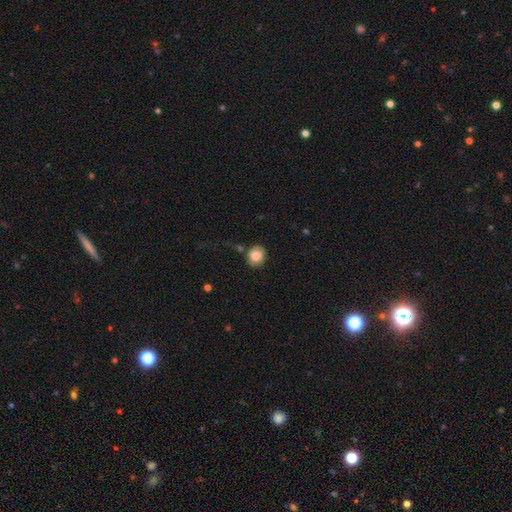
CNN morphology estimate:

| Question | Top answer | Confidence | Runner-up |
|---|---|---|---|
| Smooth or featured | smooth | 83% | featured or disk (8%) |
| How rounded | round | 67% | in between (32%) |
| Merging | none | 78% | minor disturbance (14%) |